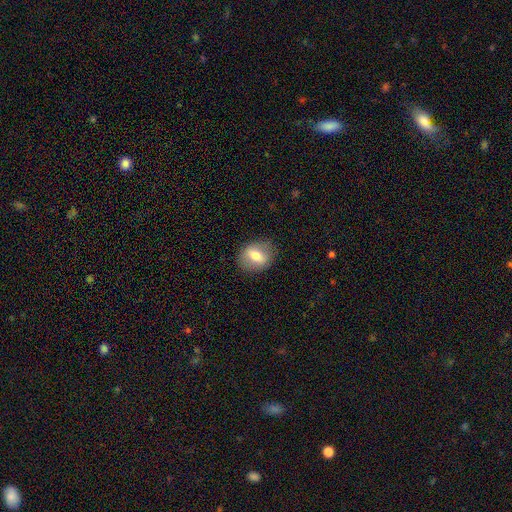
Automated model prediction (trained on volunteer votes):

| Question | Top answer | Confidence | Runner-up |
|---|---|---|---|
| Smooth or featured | smooth | 62% | featured or disk (30%) |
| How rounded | in between | 54% | round (44%) |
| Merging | none | 83% | minor disturbance (12%) |